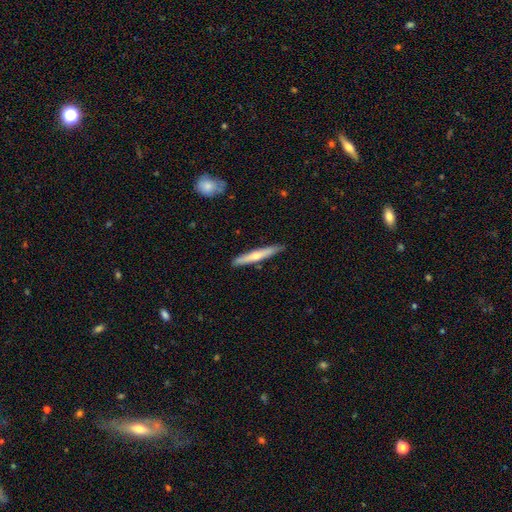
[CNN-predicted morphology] Smooth or featured? Predicted: featured or disk (p=0.55). Edge-on disk? Predicted: yes (p=0.95). Edge-on bulge? Predicted: rounded (p=0.81). Merging? Predicted: none (p=0.90).